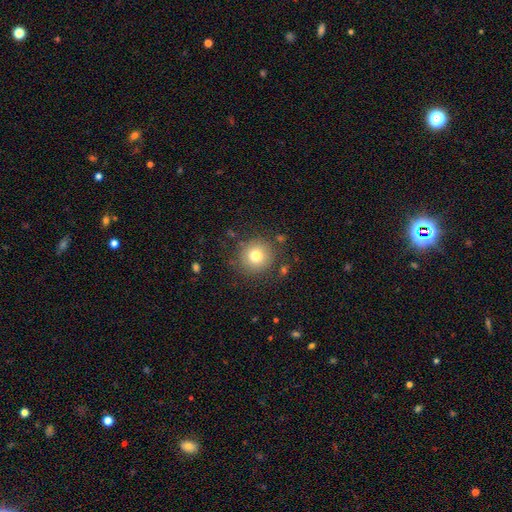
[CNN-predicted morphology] smooth 76%, star or artifact 12%, featured or disk 11%. Down the decision tree: how rounded — round (94%); merging — none (84%).